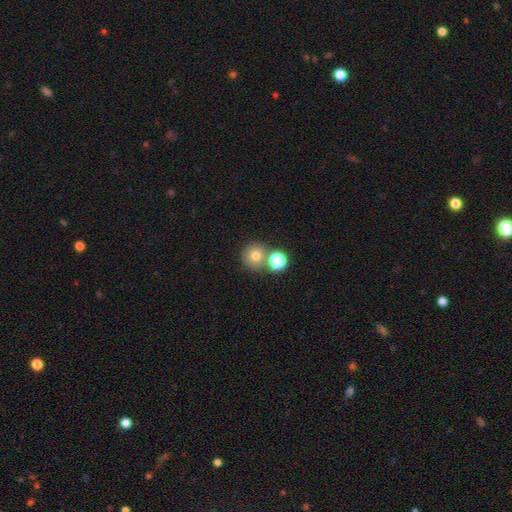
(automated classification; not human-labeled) Overall: smooth (74%). How rounded: round (92%). Merging: none (66%).